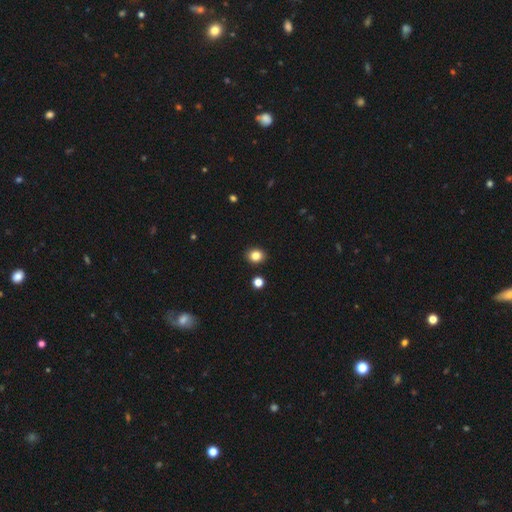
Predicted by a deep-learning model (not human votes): Smooth or featured: smooth — 84% (star or artifact — 11%)
How rounded: round — 71% (in between — 28%)
Merging: none — 91% (minor disturbance — 6%)